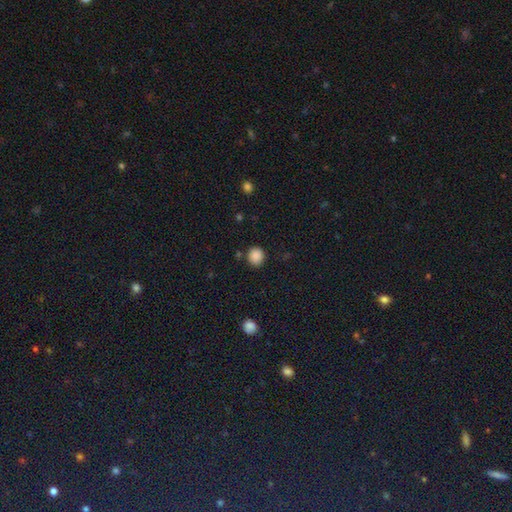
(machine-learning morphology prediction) Smooth or featured? smooth (87%)
How rounded? round (81%)
Merging? none (84%)